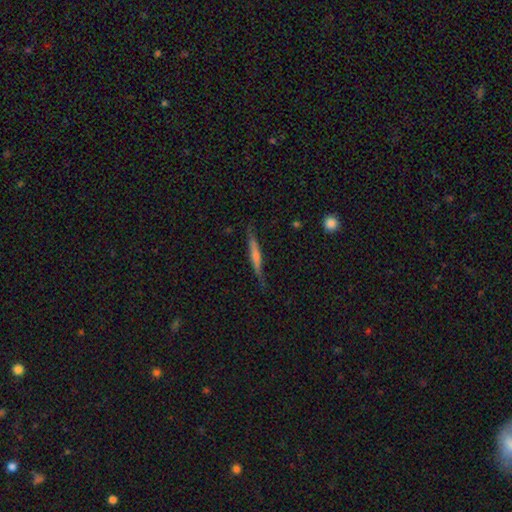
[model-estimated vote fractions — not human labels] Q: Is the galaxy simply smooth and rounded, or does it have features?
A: featured or disk — 66%.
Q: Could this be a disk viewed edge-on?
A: yes — 96%.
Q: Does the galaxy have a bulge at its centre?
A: rounded — 53%.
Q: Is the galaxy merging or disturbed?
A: none — 86%.